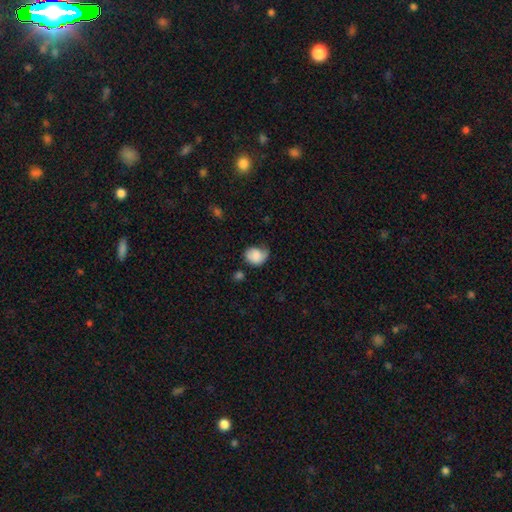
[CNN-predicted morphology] Smooth or featured? smooth (77%)
How rounded? round (59%)
Merging? minor disturbance (40%)